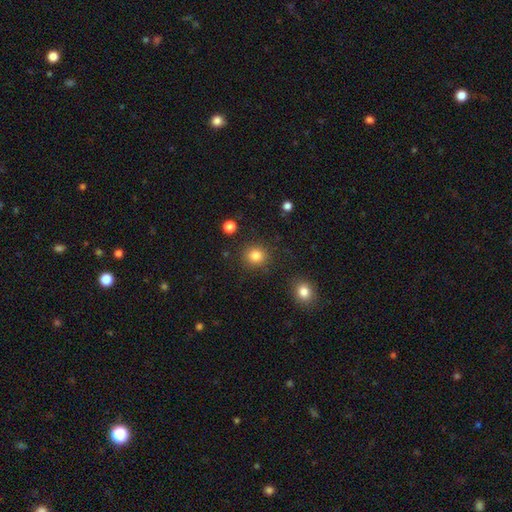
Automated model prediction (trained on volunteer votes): Smooth or featured? Predicted: smooth (p=0.84). How rounded? Predicted: round (p=0.87). Merging? Predicted: none (p=0.88).